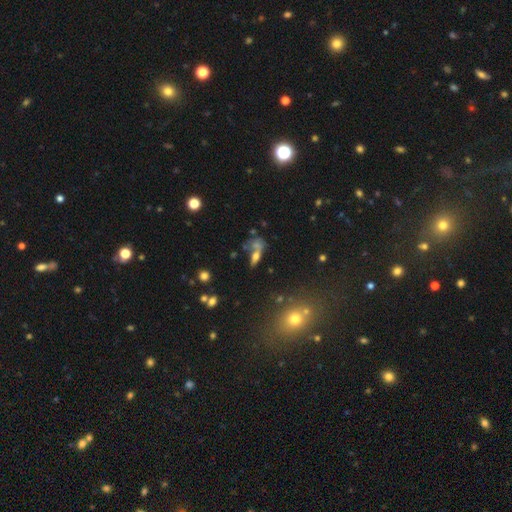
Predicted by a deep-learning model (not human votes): The model was most divided on "merging": merger: 38%, none: 36%, minor disturbance: 14%, major disturbance: 12%. More confident: how rounded — in between (60%); smooth or featured — smooth (53%).